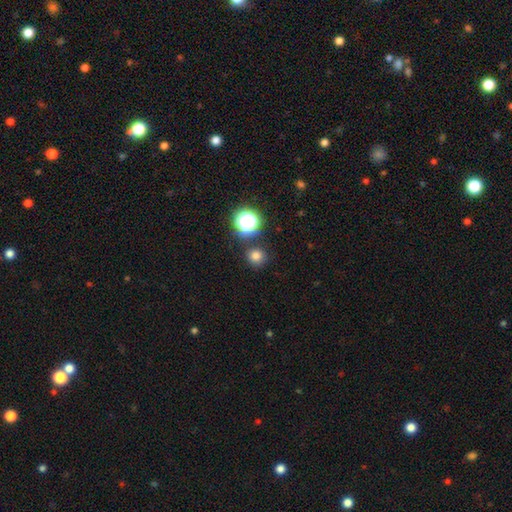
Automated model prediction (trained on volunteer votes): Smooth or featured? smooth (77%)
How rounded? round (92%)
Merging? none (85%)